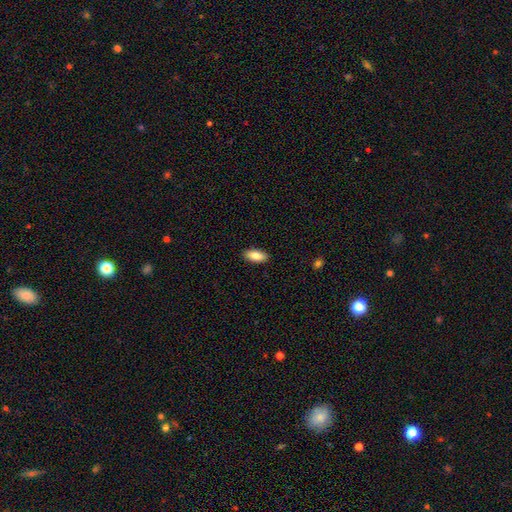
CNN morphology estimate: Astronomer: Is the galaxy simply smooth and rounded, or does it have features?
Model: smooth — 85%.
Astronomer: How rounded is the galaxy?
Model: in between — 90%.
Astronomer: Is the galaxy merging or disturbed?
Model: none — 90%.